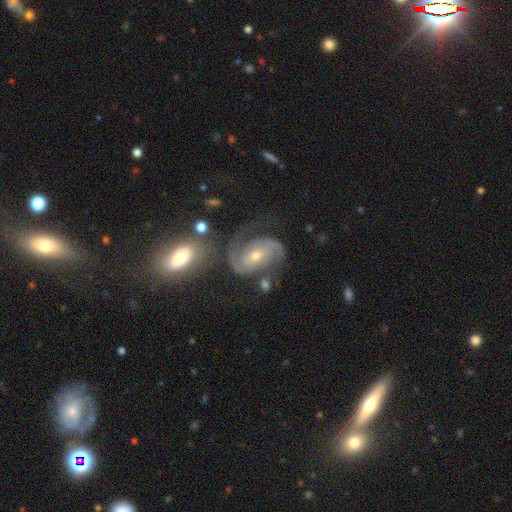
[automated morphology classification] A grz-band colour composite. It shows a featured or disk galaxy (87%) with no bar (39%), 2 (84%) medium (50%) spiral arms (96%) and a small central bulge (54%). Merging: none (53%).